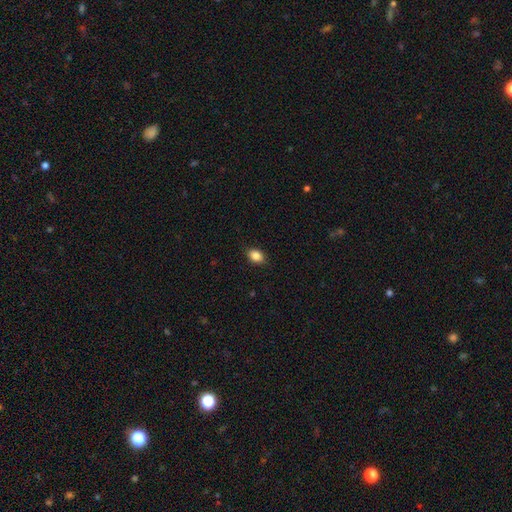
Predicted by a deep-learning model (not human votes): The model was most divided on "how rounded": in between: 75%, round: 24%, cigar-shaped: 1%. More confident: smooth or featured — smooth (86%); merging — none (86%).